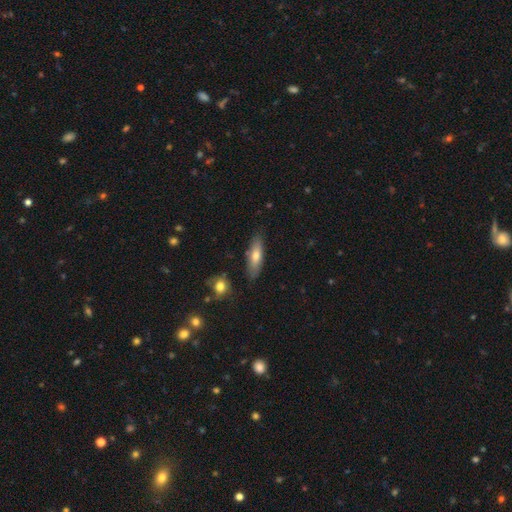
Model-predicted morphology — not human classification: A smooth galaxy with no disk features (69%) that is cigar-shaped (49%, tied with in between).

Vote fractions:
- Smooth or featured? smooth: 69% / featured or disk: 25% / star or artifact: 6%
- How rounded? cigar-shaped: 49% (tied) / in between: 49% (tied) / round: 2%
- Merging? none: 82% / minor disturbance: 12% / merger: 3% / major disturbance: 2%